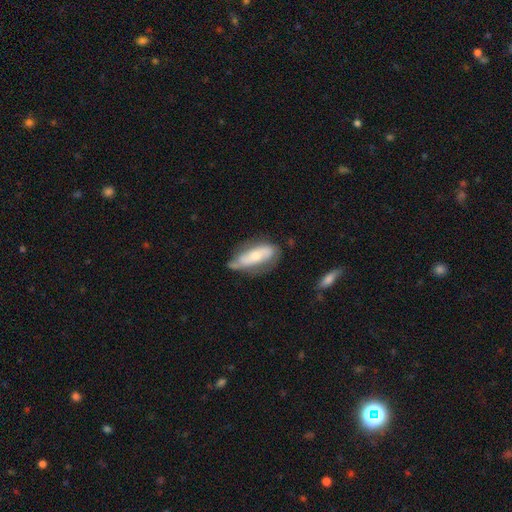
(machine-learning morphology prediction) smooth-or-featured: featured or disk: 50% | smooth: 44% | star or artifact: 6%
  disk-edge-on: no: 79% | yes: 21%
  merging: none: 53% | minor disturbance: 30% | major disturbance: 12% | merger: 4%